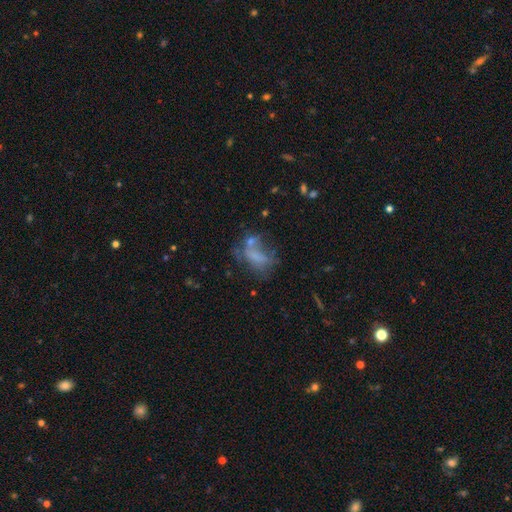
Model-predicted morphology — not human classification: The model was most divided on "merging": none: 31%, major disturbance: 30%, minor disturbance: 21%, merger: 18%. More confident: how rounded — in between (80%); smooth or featured — smooth (51%).